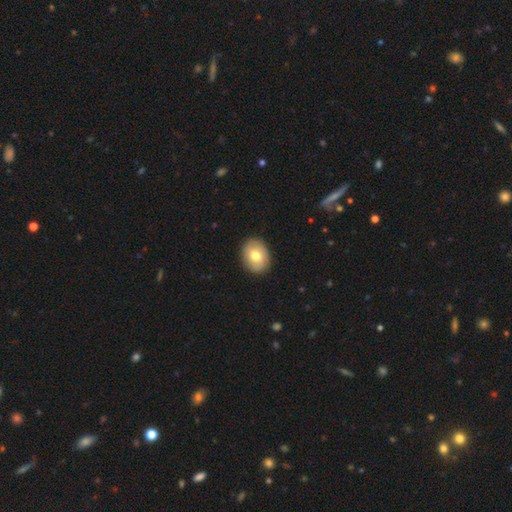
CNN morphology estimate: smooth_or_featured: smooth (p=0.74) [alt: featured or disk p=0.19]
how_rounded: in between (p=0.60) [alt: round p=0.39]
merging: none (p=0.89) [alt: minor disturbance p=0.08]